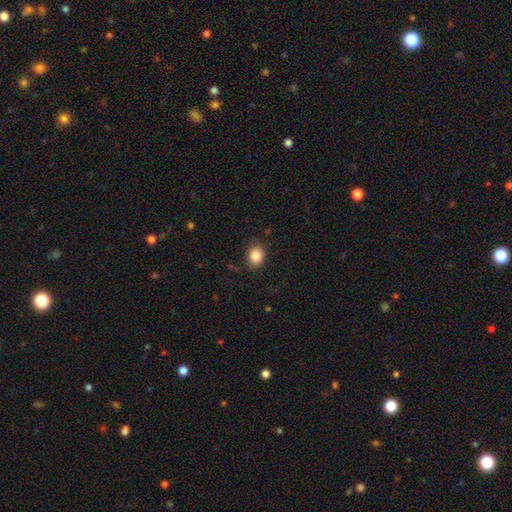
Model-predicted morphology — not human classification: Q: Smooth or featured?
A: smooth (85%); runner-up: star or artifact (10%)
Q: How rounded?
A: round (55%); runner-up: in between (44%)
Q: Merging?
A: none (83%); runner-up: minor disturbance (13%)